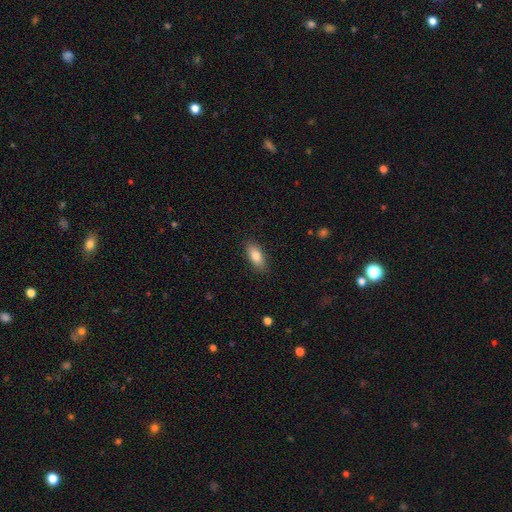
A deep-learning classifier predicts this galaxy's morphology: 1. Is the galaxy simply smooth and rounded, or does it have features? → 83% smooth, 10% featured or disk, 7% star or artifact.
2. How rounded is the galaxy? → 81% in between, 16% cigar-shaped, 3% round.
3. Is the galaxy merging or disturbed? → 87% none, 10% minor disturbance, 2% major disturbance, 1% merger.